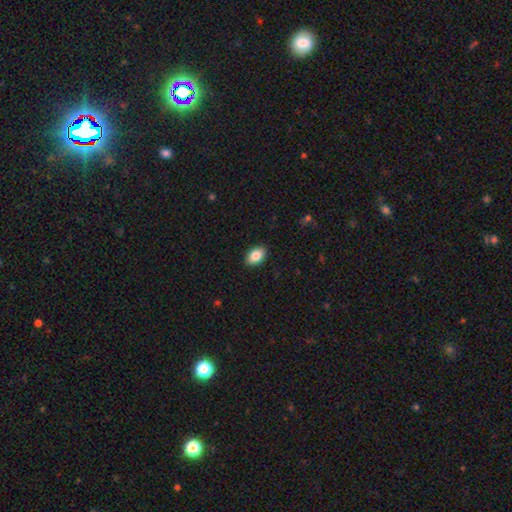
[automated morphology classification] The model was most divided on "smooth or featured": smooth: 86%, star or artifact: 7%, featured or disk: 6%. More confident: how rounded — in between (90%); merging — none (90%).